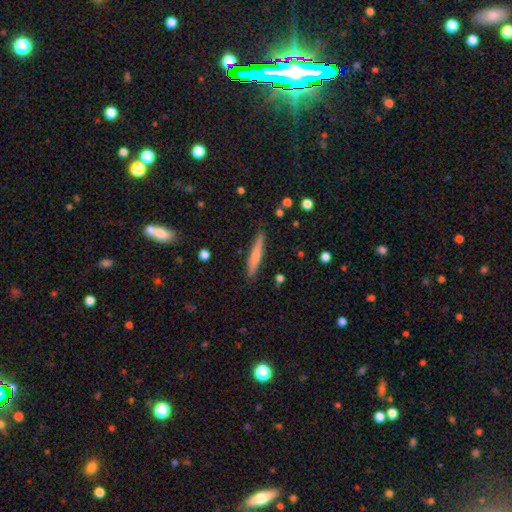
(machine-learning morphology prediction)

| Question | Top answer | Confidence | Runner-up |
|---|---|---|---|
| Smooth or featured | smooth | 61% | featured or disk (33%) |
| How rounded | cigar-shaped | 93% | in between (5%) |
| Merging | none | 88% | minor disturbance (8%) |